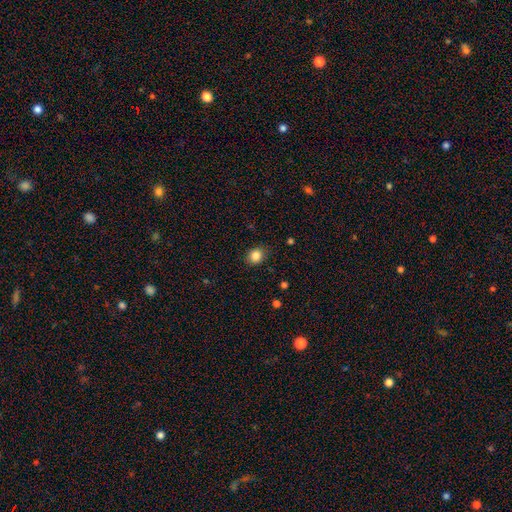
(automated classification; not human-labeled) This is clearly a smooth galaxy (85%). How rounded: likely round (62%). Merging: clearly none (84%).